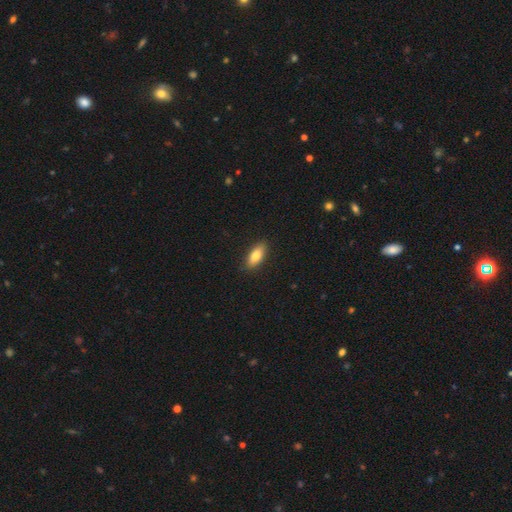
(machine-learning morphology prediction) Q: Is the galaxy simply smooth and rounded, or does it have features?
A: smooth — 81%.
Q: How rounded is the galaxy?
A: in between — 77%.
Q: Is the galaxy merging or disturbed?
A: none — 88%.